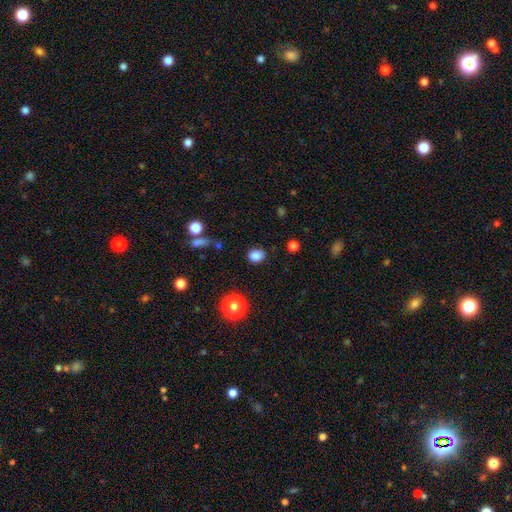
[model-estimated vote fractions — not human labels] Smooth or featured: smooth — 84% (star or artifact — 11%)
How rounded: in between — 50% (round — 48%)
Merging: none — 85% (minor disturbance — 10%)